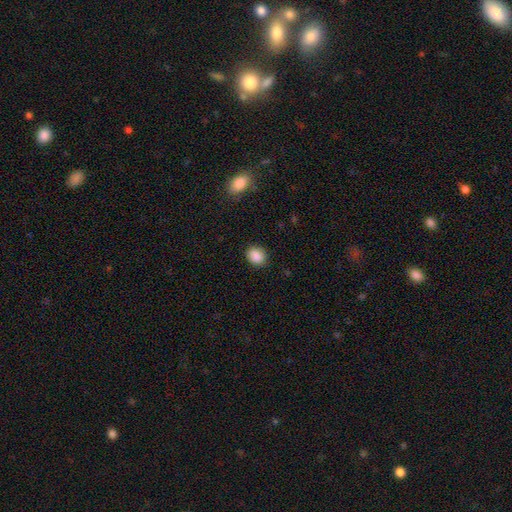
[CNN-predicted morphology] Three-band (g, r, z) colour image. It shows a smooth galaxy with no disk features (89%) that is round (62%). Merging: none (88%).